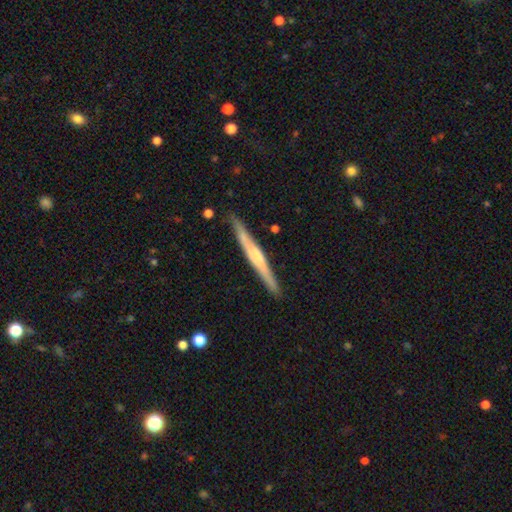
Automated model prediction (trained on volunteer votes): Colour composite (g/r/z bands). It shows a featured or disk galaxy (62%) viewed edge-on (97%) with a rounded central bulge (45%). Merging: none (88%).